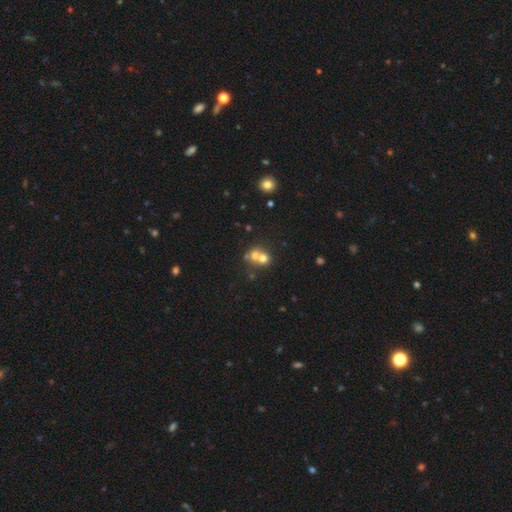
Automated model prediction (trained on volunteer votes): This is likely a smooth galaxy (64%). How rounded: likely round (77%). Merging: likely merger (62%).